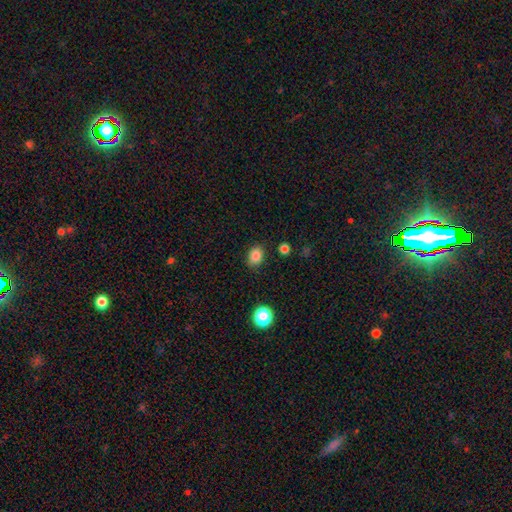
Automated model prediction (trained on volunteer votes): The model was most divided on "how rounded": in between: 62%, round: 37%, cigar-shaped: 1%. More confident: merging — none (85%); smooth or featured — smooth (85%).